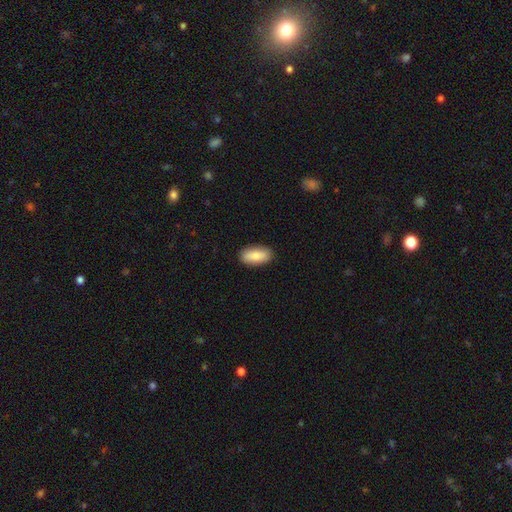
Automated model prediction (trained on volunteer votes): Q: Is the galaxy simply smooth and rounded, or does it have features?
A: smooth — 81%.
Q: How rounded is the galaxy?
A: in between — 89%.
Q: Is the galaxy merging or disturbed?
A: none — 88%.